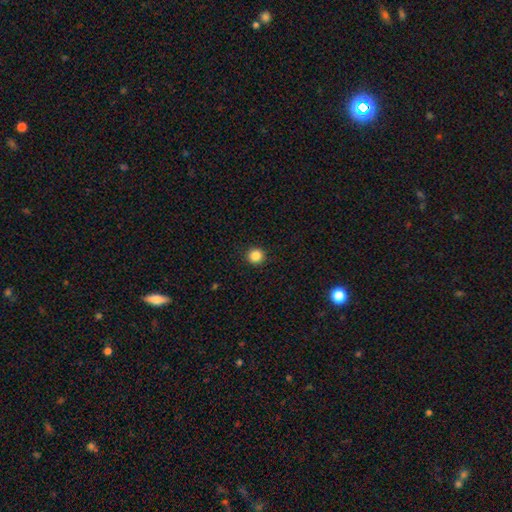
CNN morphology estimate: The model was most divided on "smooth or featured": smooth: 86%, star or artifact: 11%, featured or disk: 3%. More confident: how rounded — round (94%); merging — none (93%).